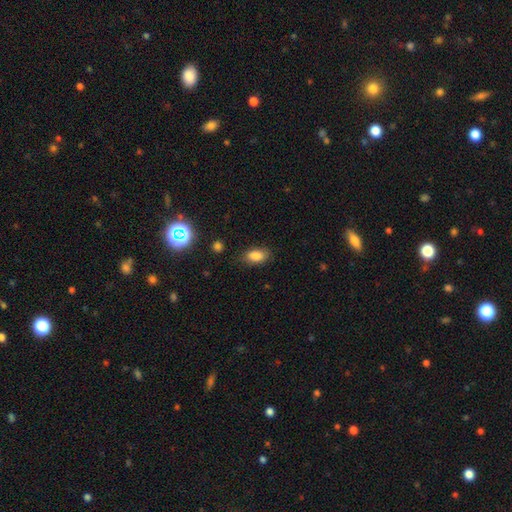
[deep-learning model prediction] This is clearly a smooth galaxy (83%). How rounded: clearly in between (89%). Merging: likely none (79%).